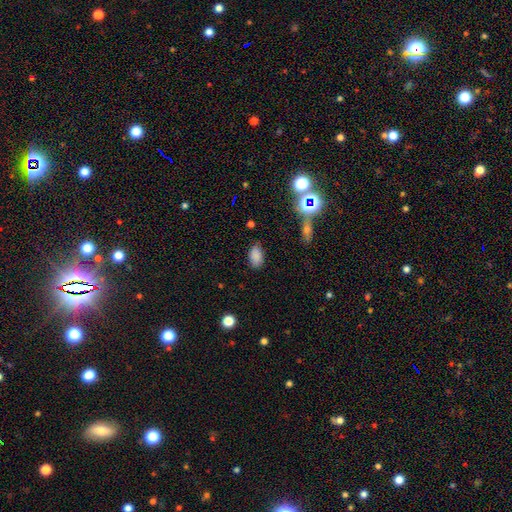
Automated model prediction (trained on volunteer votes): Smooth or featured?
  - smooth: 84% *
  - star or artifact: 12%
  - featured or disk: 5%
How rounded?
  - in between: 91% *
  - round: 7%
  - cigar-shaped: 2%
Merging?
  - none: 80% *
  - minor disturbance: 15%
  - major disturbance: 3%
  - merger: 2%